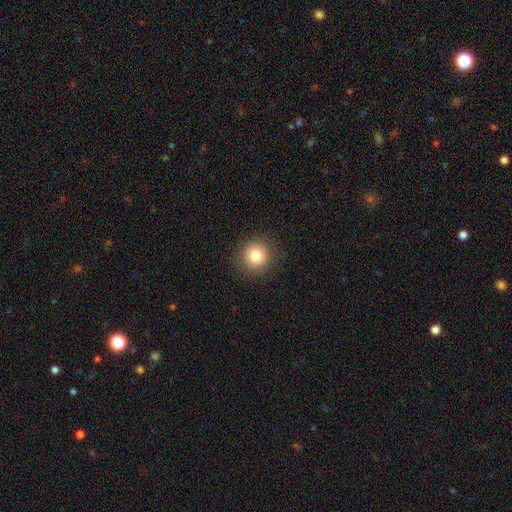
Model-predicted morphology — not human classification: smooth_or_featured: smooth (p=0.80) [alt: star or artifact p=0.12]
how_rounded: round (p=0.93) [alt: in between p=0.06]
merging: none (p=0.91) [alt: minor disturbance p=0.06]